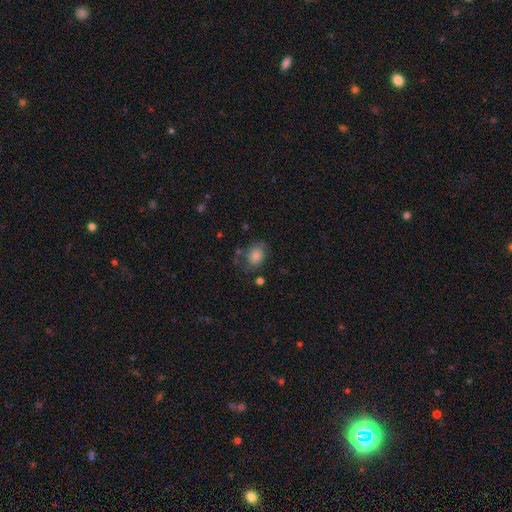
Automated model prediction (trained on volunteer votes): Smooth or featured? Predicted: smooth (p=0.76). How rounded? Predicted: in between (p=0.56). Merging? Predicted: none (p=0.58).